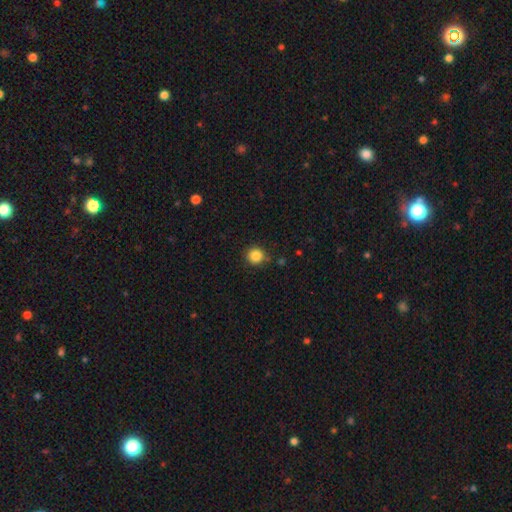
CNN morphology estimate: Q: Smooth or featured?
A: smooth (85%); runner-up: star or artifact (11%)
Q: How rounded?
A: round (92%); runner-up: in between (7%)
Q: Merging?
A: none (82%); runner-up: minor disturbance (12%)